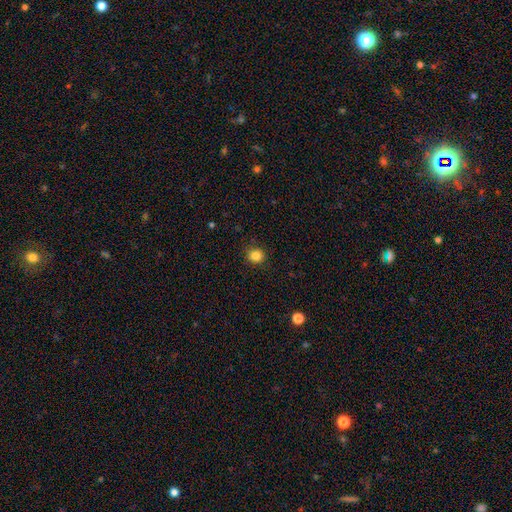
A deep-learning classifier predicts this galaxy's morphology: smooth-or-featured: smooth: 85% | star or artifact: 11% | featured or disk: 4%
  how-rounded: round: 86% | in between: 13% | cigar-shaped: 1%
  merging: none: 88% | minor disturbance: 8% | major disturbance: 2% | merger: 1%